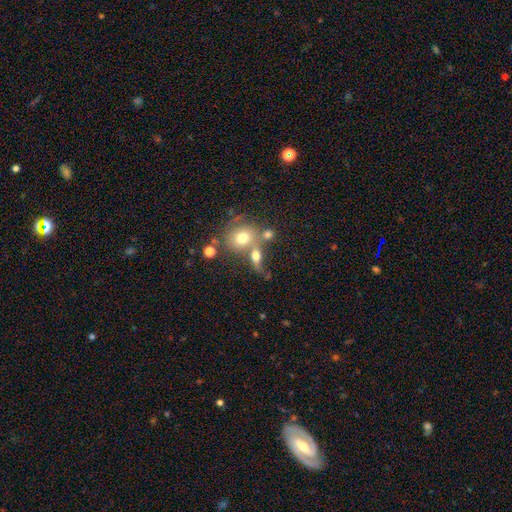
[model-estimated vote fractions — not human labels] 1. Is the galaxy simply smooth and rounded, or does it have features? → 63% smooth, 23% featured or disk, 13% star or artifact.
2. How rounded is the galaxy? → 47% in between, 43% round, 9% cigar-shaped.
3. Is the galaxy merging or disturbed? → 42% none, 36% merger, 13% minor disturbance, 9% major disturbance.